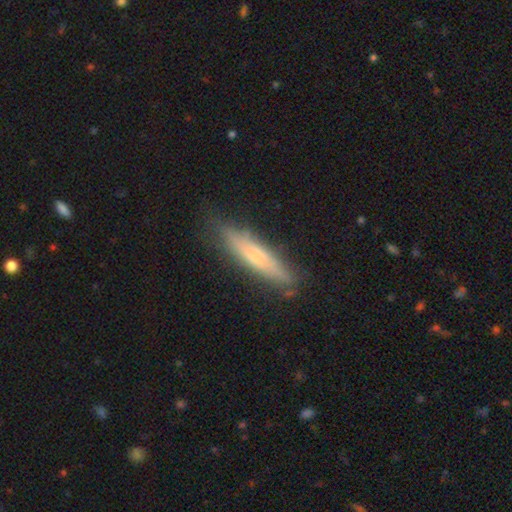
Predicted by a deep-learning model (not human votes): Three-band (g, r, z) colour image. It shows a smooth galaxy with no disk features (52%) that is cigar-shaped (87%). Merging: none (78%).